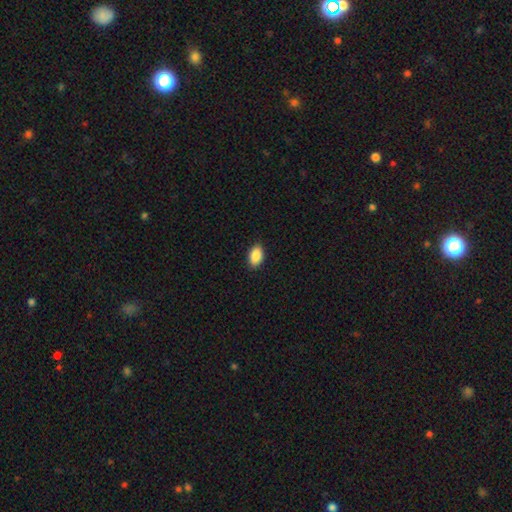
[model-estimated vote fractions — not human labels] Morphology: type=smooth (90%); roundness=in between (92%); merging=none (90%).